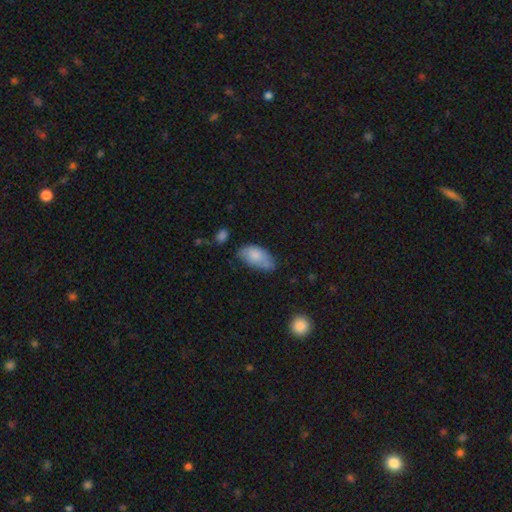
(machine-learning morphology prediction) Overall: smooth (78%). How rounded: in between (93%). Merging: none (48%; minor disturbance 35%).